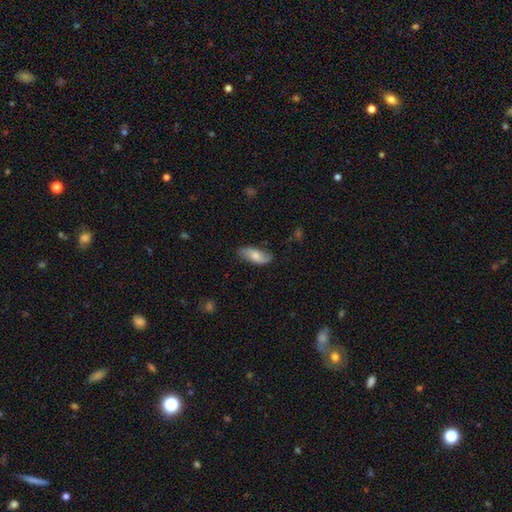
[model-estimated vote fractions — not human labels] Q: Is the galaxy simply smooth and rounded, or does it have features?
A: smooth — 62%.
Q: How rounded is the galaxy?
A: in between — 82%.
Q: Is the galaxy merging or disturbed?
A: none — 74%.